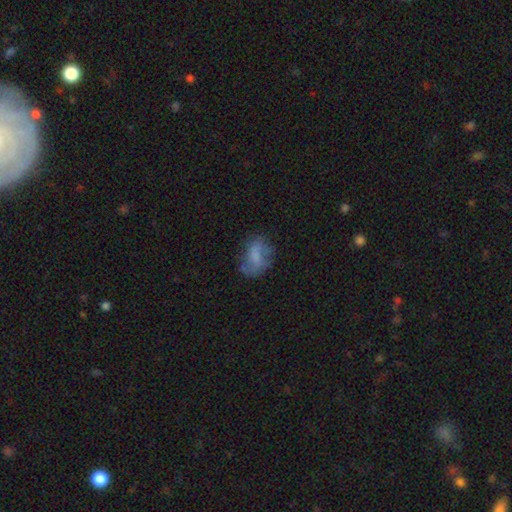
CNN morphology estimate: smooth-or-featured: smooth: 55% | featured or disk: 34% | star or artifact: 11%
  how-rounded: in between: 78% | round: 19% | cigar-shaped: 3%
  merging: none: 51% | minor disturbance: 27% | major disturbance: 19% | merger: 3%